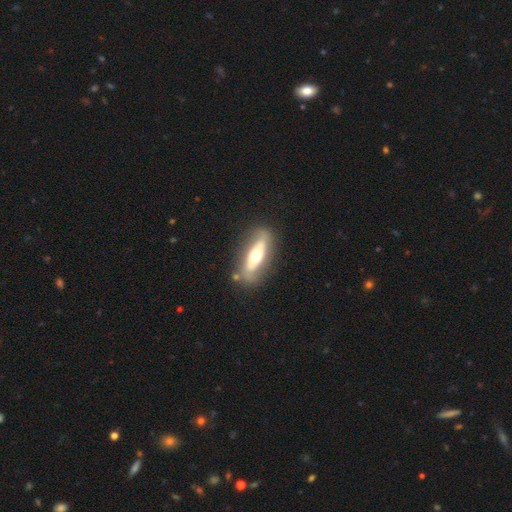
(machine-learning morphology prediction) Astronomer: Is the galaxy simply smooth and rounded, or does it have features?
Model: featured or disk — 53% (runner-up: smooth, 41%).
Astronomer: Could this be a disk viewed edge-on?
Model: no — 57% (runner-up: yes, 43%).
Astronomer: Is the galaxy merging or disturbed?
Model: none — 76%.